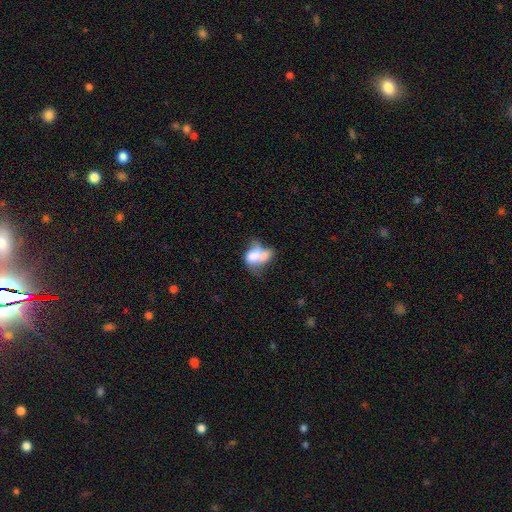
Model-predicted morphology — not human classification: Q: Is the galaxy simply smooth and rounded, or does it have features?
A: smooth — 58%.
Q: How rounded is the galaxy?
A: in between — 75%.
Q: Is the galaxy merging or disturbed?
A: merger — 46%.